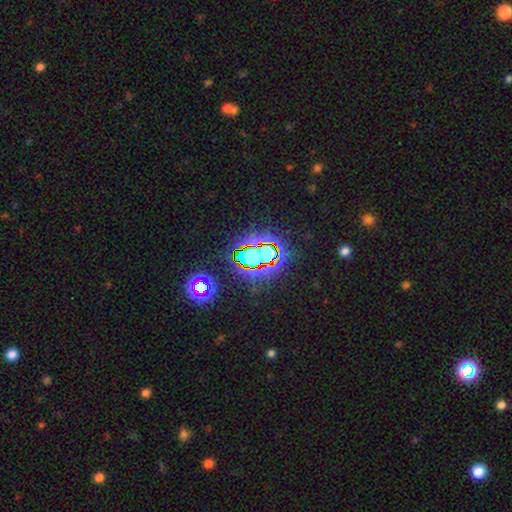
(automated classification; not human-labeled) Smooth or featured? star or artifact (66%)